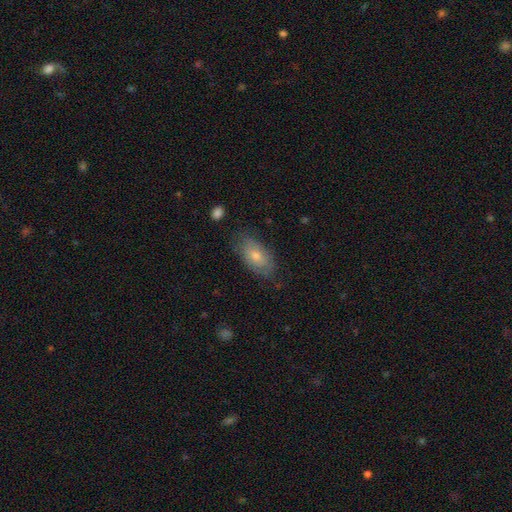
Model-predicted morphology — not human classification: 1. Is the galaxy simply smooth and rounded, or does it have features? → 61% smooth, 30% featured or disk, 9% star or artifact.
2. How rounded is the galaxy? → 91% in between, 5% round, 4% cigar-shaped.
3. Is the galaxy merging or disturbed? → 76% none, 19% minor disturbance, 5% major disturbance, 1% merger.